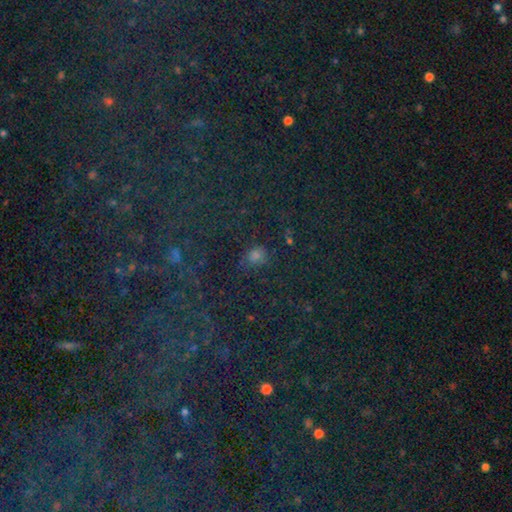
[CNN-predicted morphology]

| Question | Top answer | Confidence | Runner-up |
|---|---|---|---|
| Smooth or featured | smooth | 50% | star or artifact (42%) |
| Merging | none | 78% | minor disturbance (13%) |